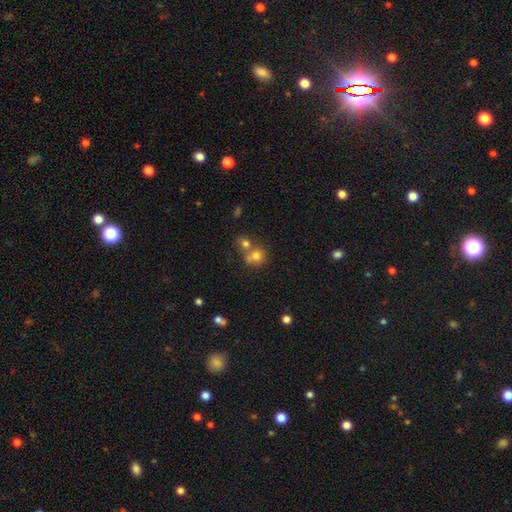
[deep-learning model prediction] The model was most divided on "merging": merger: 48%, none: 39%, minor disturbance: 9%, major disturbance: 4%. More confident: how rounded — round (76%); smooth or featured — smooth (74%).